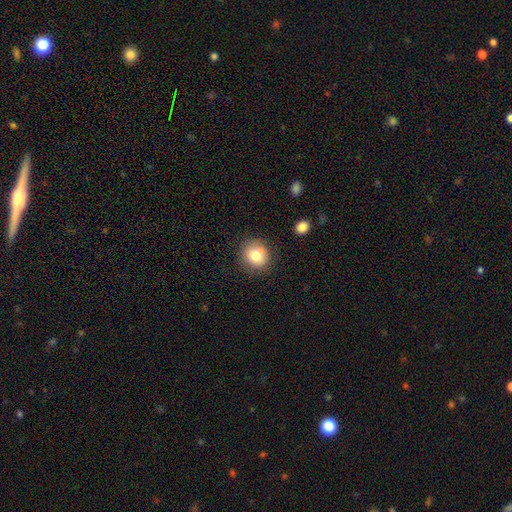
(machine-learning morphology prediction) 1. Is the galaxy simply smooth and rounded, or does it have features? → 80% smooth, 10% featured or disk, 10% star or artifact.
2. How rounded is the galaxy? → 85% round, 14% in between, 1% cigar-shaped.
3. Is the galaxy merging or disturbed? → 83% none, 12% minor disturbance, 3% major disturbance, 2% merger.